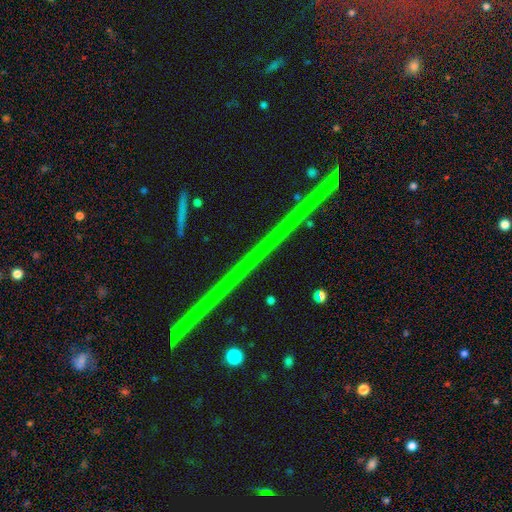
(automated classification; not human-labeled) smooth-or-featured: star or artifact: 82% | featured or disk: 13% | smooth: 5%